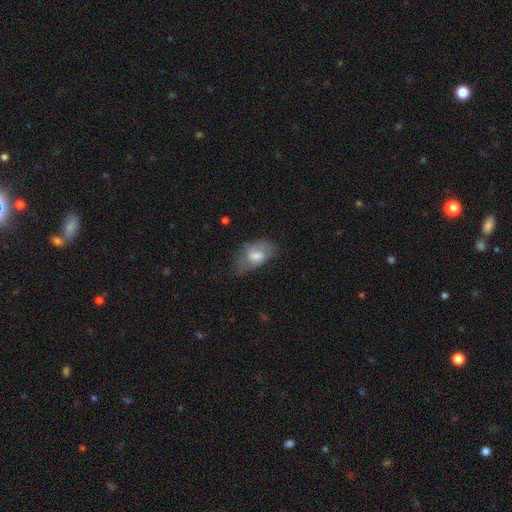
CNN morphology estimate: type=smooth (57%); roundness=in between (91%); merging=none (46%).